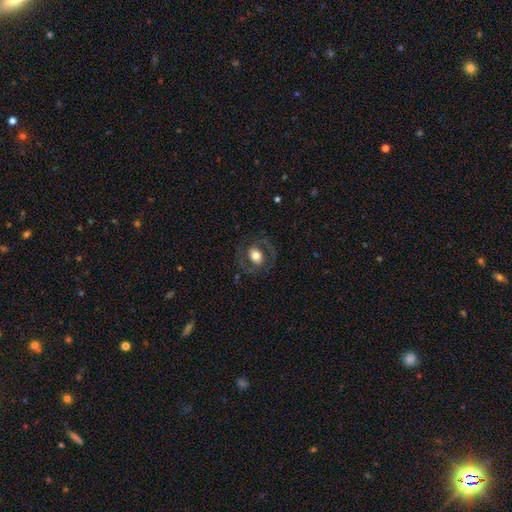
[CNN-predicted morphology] smooth-or-featured: smooth: 52% | featured or disk: 40% | star or artifact: 8%
  how-rounded: in between: 50% | round: 49% | cigar-shaped: 1%
  merging: none: 77% | minor disturbance: 12% | major disturbance: 10% | merger: 1%